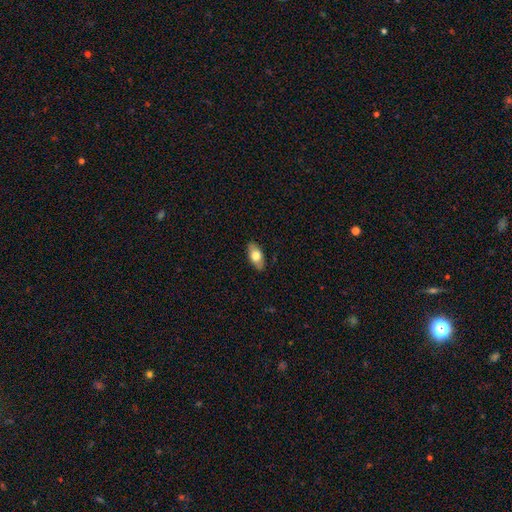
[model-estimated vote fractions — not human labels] This is likely a smooth galaxy (70%). How rounded: clearly in between (90%). Merging: clearly none (87%).